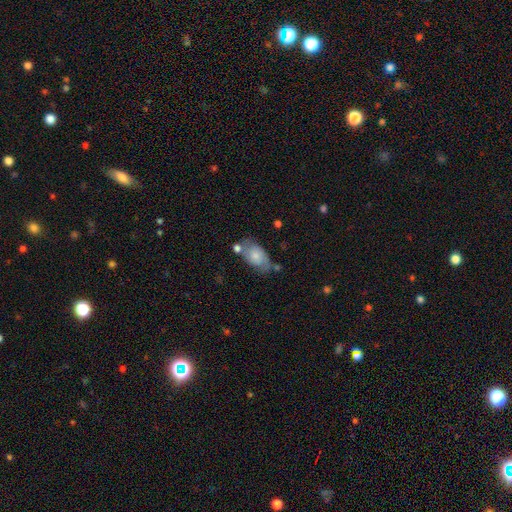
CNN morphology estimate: A smooth galaxy with no disk features (57%) that is in between round and cigar-shaped (87%).

Vote fractions:
- Smooth or featured? smooth: 57% / featured or disk: 35% / star or artifact: 8%
- How rounded? in between: 87% / round: 10% / cigar-shaped: 3%
- Merging? none: 47% / minor disturbance: 26% / merger: 16% / major disturbance: 11%